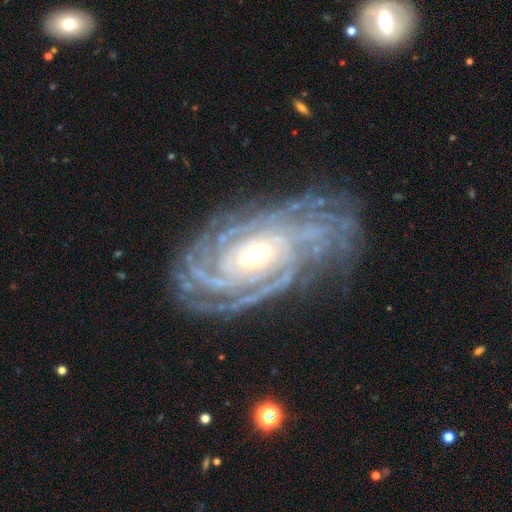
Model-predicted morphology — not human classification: This is clearly a featured or disk galaxy (92%). It is clearly not viewed edge-on (95%). Bar: likely no (61%). Spiral arm pattern: clearly yes (98%). Spiral arm count: marginally more than 4 (24%). Spiral winding: likely tight (80%). Central bulge: likely moderate (64%). Merging: likely none (72%).